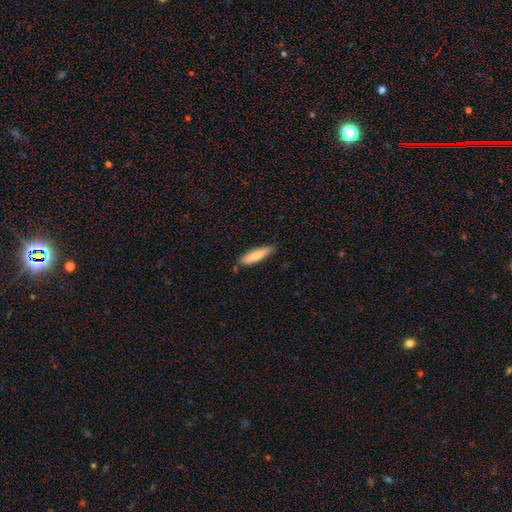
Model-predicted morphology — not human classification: smooth_or_featured: smooth (p=0.80) [alt: featured or disk p=0.14]
how_rounded: cigar-shaped (p=0.75) [alt: in between p=0.23]
merging: none (p=0.82) [alt: minor disturbance p=0.14]